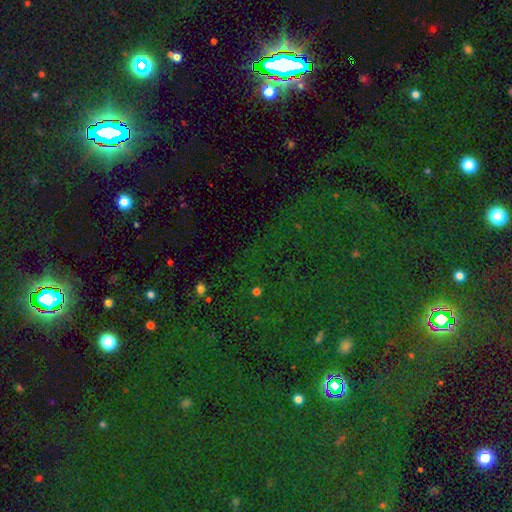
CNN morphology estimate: Q: Smooth or featured?
A: star or artifact (80%); runner-up: smooth (13%)